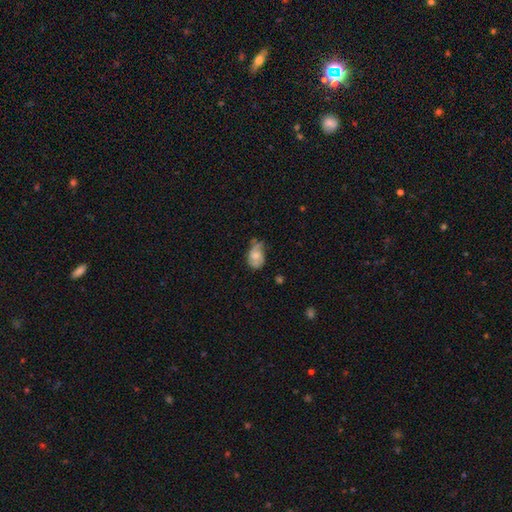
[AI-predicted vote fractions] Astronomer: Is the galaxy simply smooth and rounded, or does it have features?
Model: smooth — 53% (runner-up: featured or disk, 39%).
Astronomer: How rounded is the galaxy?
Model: in between — 82%.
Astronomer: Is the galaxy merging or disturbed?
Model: none — 41% (runner-up: minor disturbance, 39%).